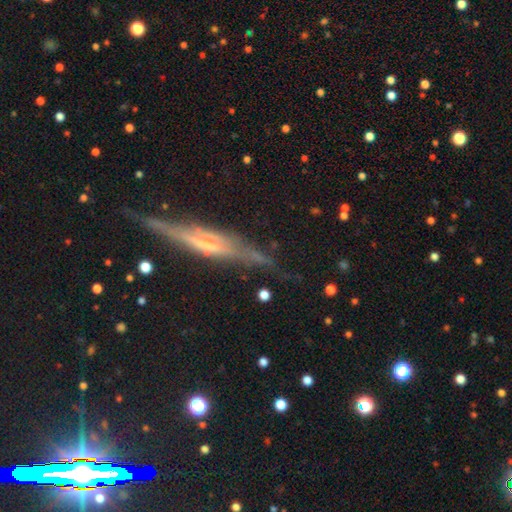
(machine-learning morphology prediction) A featured or disk galaxy (75%) viewed edge-on (94%) with a rounded central bulge (36%, tied with boxy).

Vote fractions:
- Smooth or featured? featured or disk: 75% / smooth: 14% / star or artifact: 11%
- Edge-on disk? yes: 94% / no: 6%
- Edge-on bulge? rounded: 36% (tied) / boxy: 36% (tied) / none: 28%
- Merging? none: 78% / minor disturbance: 15% / major disturbance: 5% / merger: 2%